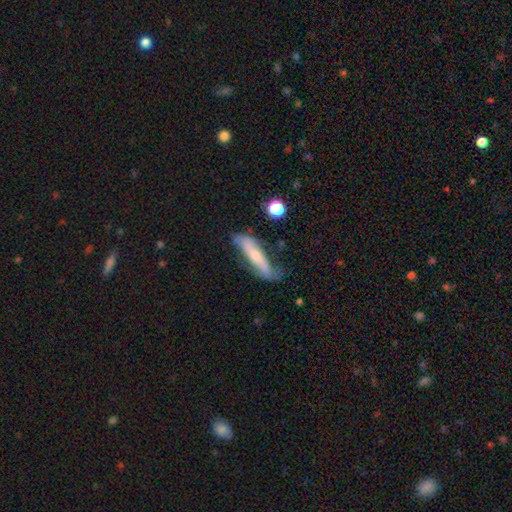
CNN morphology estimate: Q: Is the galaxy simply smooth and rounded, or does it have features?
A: featured or disk — 52%.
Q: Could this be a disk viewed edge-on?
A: no — 55%.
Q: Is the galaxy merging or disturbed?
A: none — 50%.